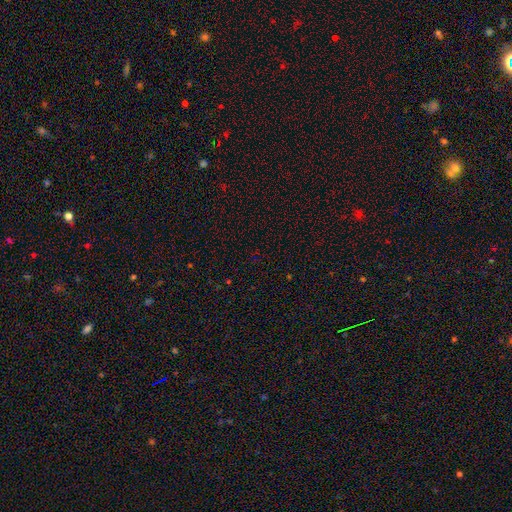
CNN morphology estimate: This appears to be a star or artifact, not a galaxy (68%).